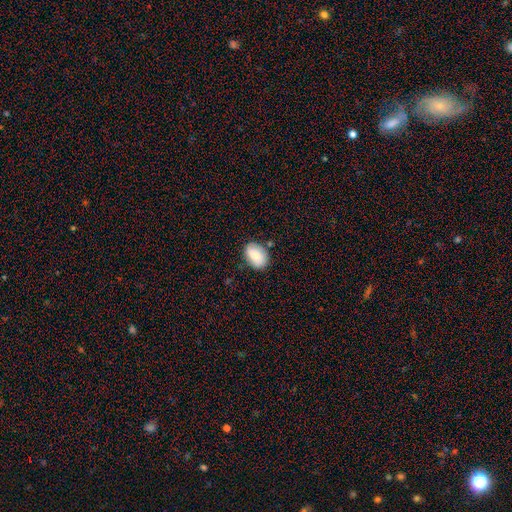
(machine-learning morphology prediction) The model was most divided on "merging": none: 72%, minor disturbance: 20%, major disturbance: 4%, merger: 4%. More confident: how rounded — in between (83%); smooth or featured — smooth (75%).